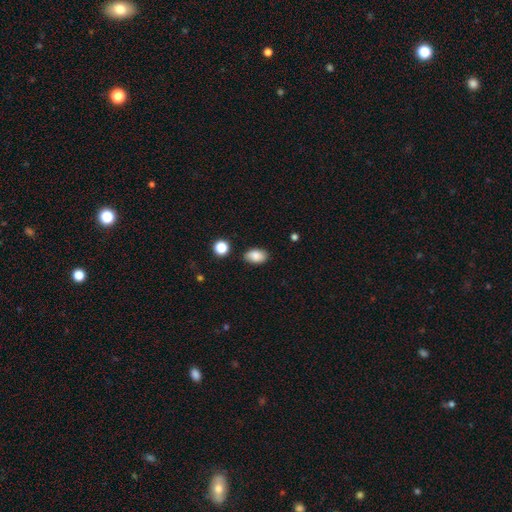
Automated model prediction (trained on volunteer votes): smooth-or-featured: smooth: 85% | star or artifact: 8% | featured or disk: 6%
  how-rounded: in between: 90% | round: 9% | cigar-shaped: 2%
  merging: none: 83% | minor disturbance: 12% | major disturbance: 2% | merger: 2%